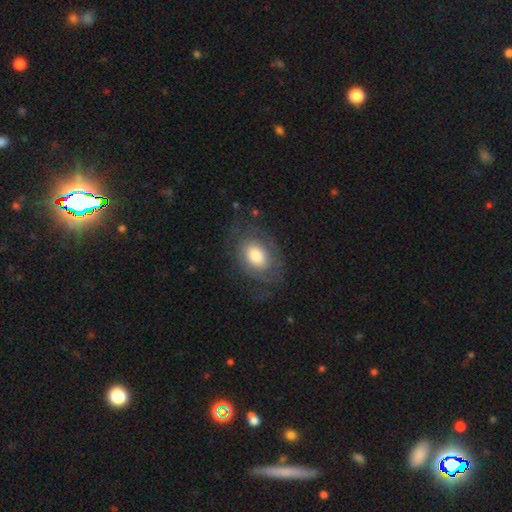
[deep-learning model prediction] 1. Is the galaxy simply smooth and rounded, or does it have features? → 52% smooth, 41% featured or disk, 7% star or artifact.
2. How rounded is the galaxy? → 76% in between, 23% round, 1% cigar-shaped.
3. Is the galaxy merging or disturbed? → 67% none, 18% minor disturbance, 14% major disturbance, 1% merger.